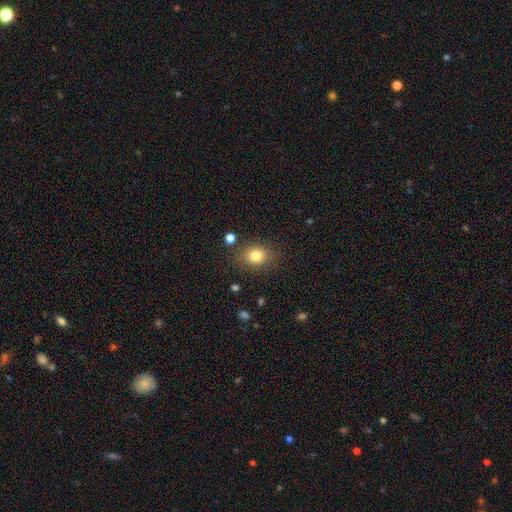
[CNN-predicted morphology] The model was most divided on "how rounded": round: 54%, in between: 45%, cigar-shaped: 1%. More confident: merging — none (83%); smooth or featured — smooth (81%).